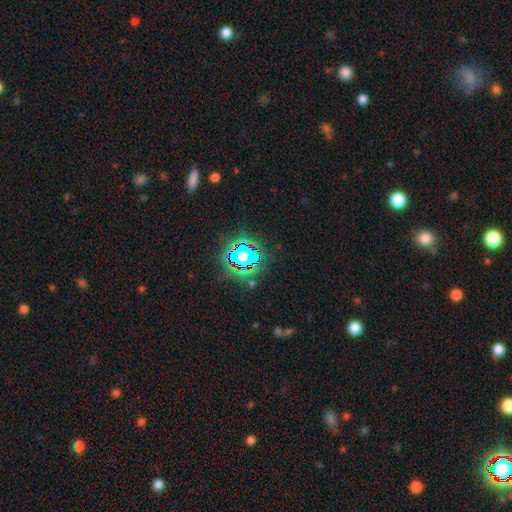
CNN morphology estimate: type=star or artifact (80%).